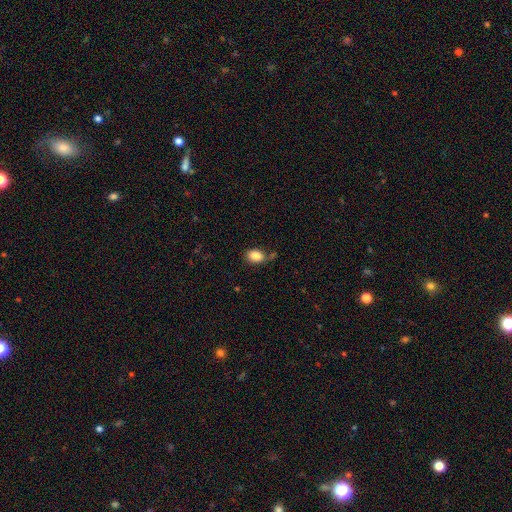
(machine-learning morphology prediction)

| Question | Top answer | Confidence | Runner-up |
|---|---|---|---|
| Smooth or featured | smooth | 86% | star or artifact (9%) |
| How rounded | in between | 77% | round (22%) |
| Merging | none | 65% | minor disturbance (20%) |